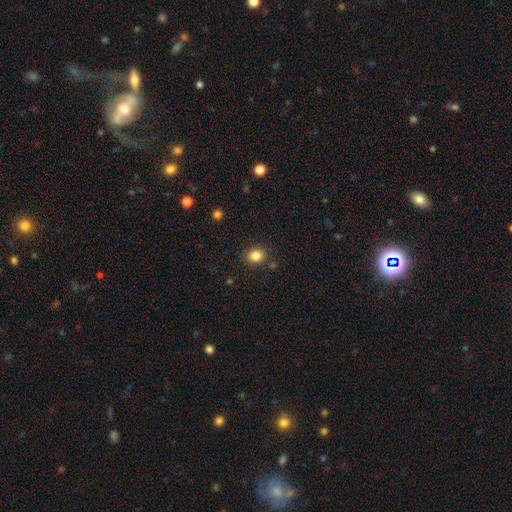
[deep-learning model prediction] This appears to be a smooth galaxy with no disk features (84%) that is round (69%). Merging: none (86%).